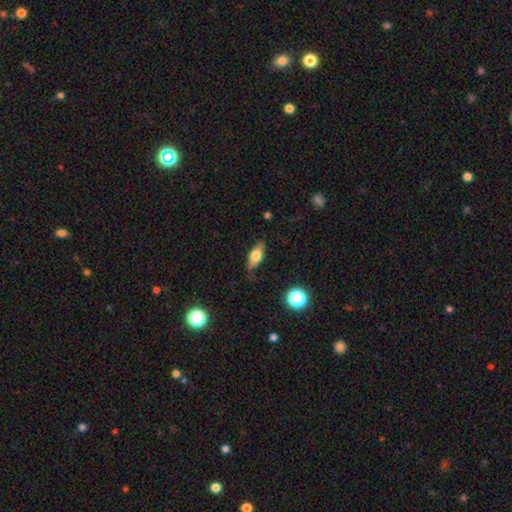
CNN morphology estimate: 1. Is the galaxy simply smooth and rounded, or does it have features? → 65% smooth, 27% featured or disk, 8% star or artifact.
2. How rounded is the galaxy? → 77% in between, 18% cigar-shaped, 5% round.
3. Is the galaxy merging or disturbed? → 80% none, 16% minor disturbance, 3% major disturbance, 1% merger.